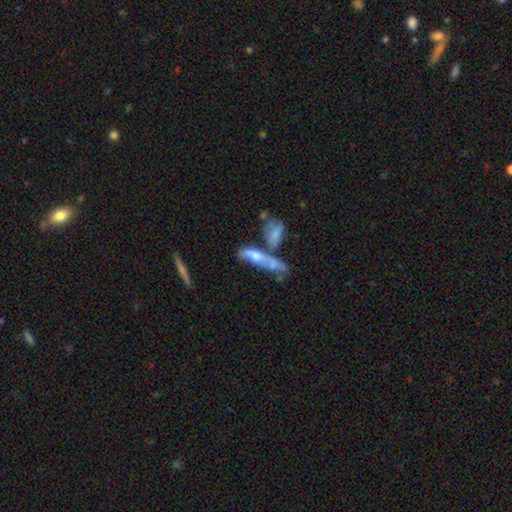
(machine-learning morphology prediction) Smooth or featured? smooth (50%)
How rounded? cigar-shaped (48%, tied with in between)
Merging? merger (51%)